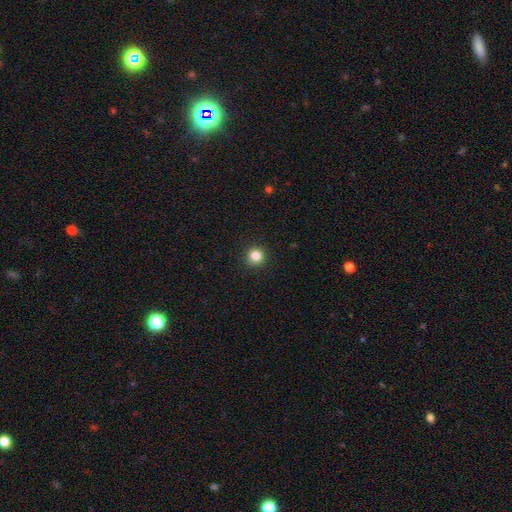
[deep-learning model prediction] A smooth galaxy with no disk features (83%) that is round (95%). Merging: none (93%).